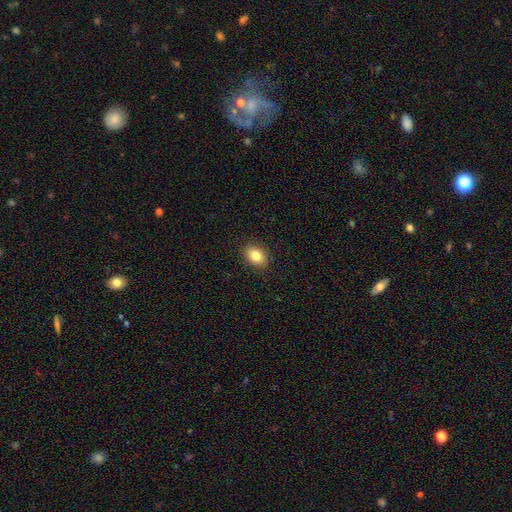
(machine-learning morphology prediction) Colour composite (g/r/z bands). It shows a smooth galaxy with no disk features (83%) that is in between round and cigar-shaped (74%). Merging: none (90%).